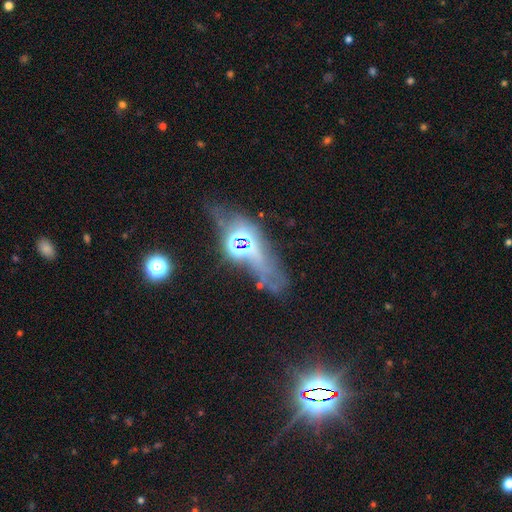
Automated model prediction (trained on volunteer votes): featured or disk 47%, star or artifact 29%, smooth 24%. Down the decision tree: merging — none (37%).